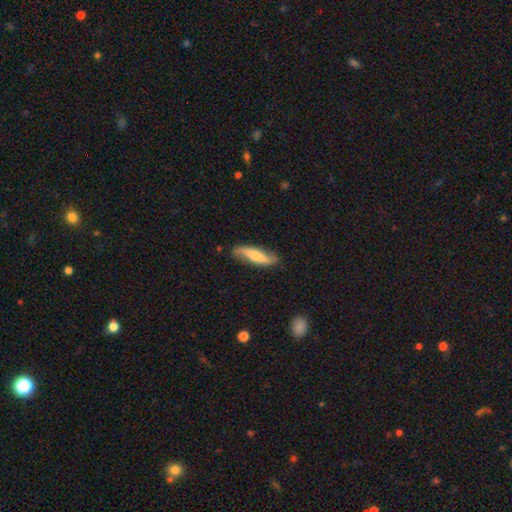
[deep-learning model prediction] Overall: featured or disk (57%; smooth 37%). Edge-on disk: no (63%; yes 37%). Merging: none (78%).